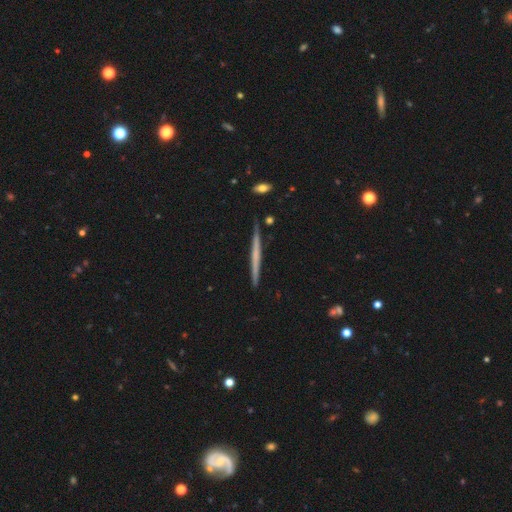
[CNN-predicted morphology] This is possibly a featured or disk galaxy (52%). It is clearly viewed edge-on (98%). Edge-on bulge: clearly none (86%). Merging: clearly none (90%).